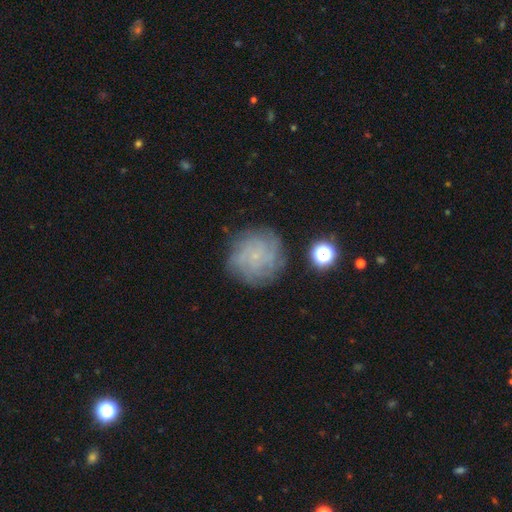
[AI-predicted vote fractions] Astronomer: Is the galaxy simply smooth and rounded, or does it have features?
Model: featured or disk — 61%.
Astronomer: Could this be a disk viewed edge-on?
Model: no — 97%.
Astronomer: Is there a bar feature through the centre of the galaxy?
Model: no — 81%.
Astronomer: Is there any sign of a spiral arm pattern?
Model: yes — 88%.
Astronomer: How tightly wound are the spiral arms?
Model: tight — 68%.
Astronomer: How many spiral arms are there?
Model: can't tell — 41% (runner-up: 4, 19%).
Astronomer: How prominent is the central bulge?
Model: small — 80%.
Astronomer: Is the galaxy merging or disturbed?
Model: none — 79%.